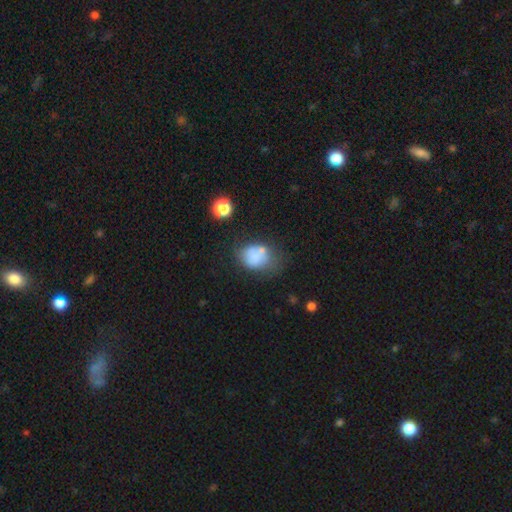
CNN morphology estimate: Smooth or featured? Predicted: smooth (p=0.71). How rounded? Predicted: in between (p=0.60). Merging? Predicted: none (p=0.43).